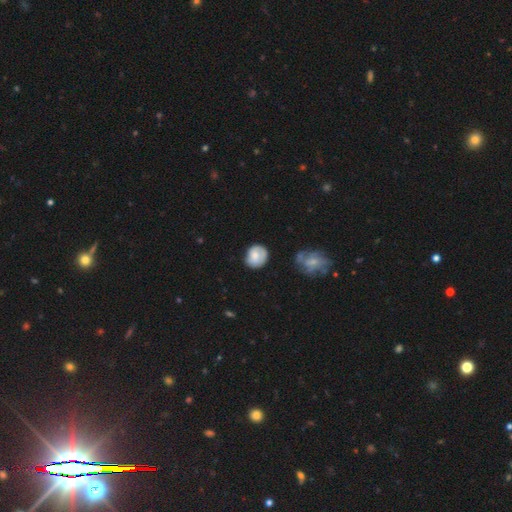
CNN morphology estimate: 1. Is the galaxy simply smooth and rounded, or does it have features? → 67% smooth, 26% featured or disk, 7% star or artifact.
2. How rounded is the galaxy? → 69% round, 30% in between, 1% cigar-shaped.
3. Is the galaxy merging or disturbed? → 64% none, 26% minor disturbance, 7% major disturbance, 3% merger.